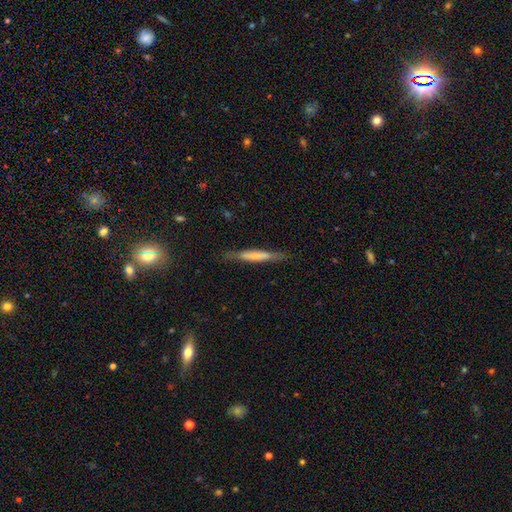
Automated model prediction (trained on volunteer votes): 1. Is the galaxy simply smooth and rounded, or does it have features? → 56% smooth, 38% featured or disk, 6% star or artifact.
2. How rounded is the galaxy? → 94% cigar-shaped, 5% in between, 1% round.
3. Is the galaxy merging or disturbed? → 83% none, 13% minor disturbance, 3% major disturbance, 1% merger.